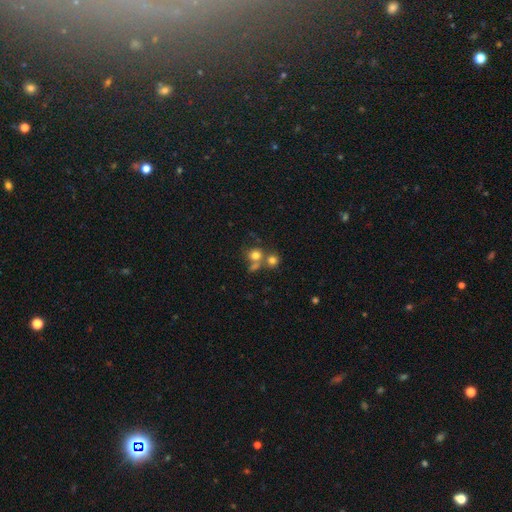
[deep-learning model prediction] Smooth or featured? smooth (74%)
How rounded? round (83%)
Merging? none (46%)